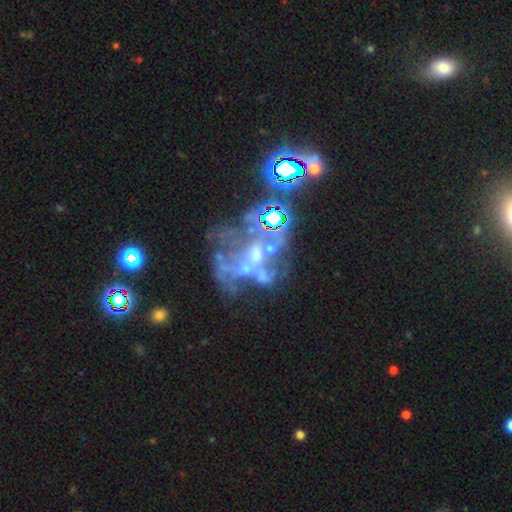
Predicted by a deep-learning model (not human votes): featured or disk 57%, star or artifact 31%, smooth 12%. Down the decision tree: edge-on disk — no (97%); bar — no (81%); spiral arms — no (80%); bulge size — none (44%); merging — merger (33%).